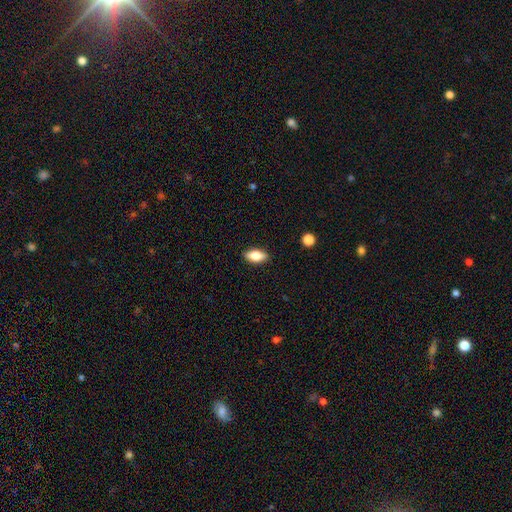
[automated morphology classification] smooth 77%, featured or disk 16%, star or artifact 7%. Down the decision tree: how rounded — in between (88%); merging — none (89%).